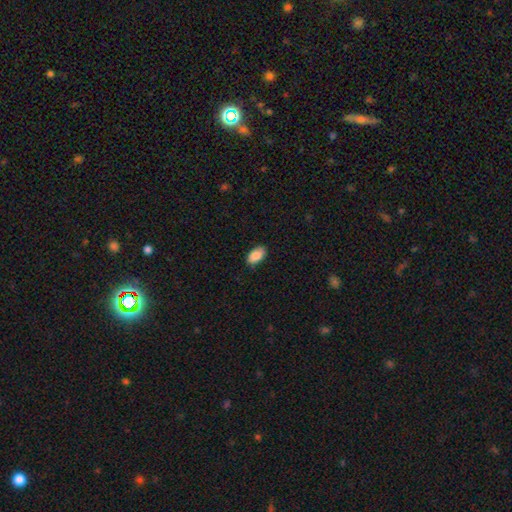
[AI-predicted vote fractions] smooth_or_featured: smooth (p=0.87) [alt: star or artifact p=0.07]
how_rounded: in between (p=0.94) [alt: round p=0.04]
merging: none (p=0.84) [alt: minor disturbance p=0.13]